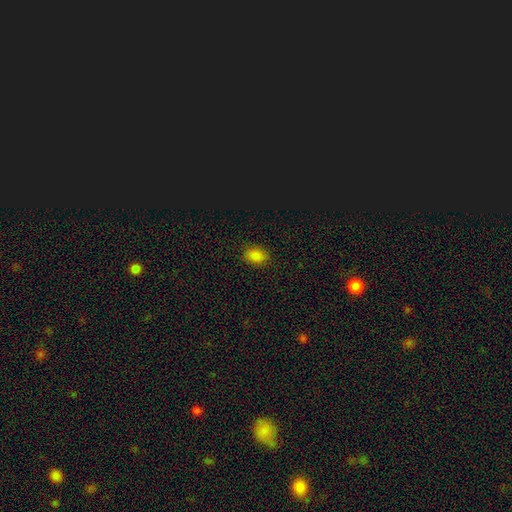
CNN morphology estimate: A smooth galaxy with no disk features (83%) that is in between round and cigar-shaped (74%). Merging: none (86%).